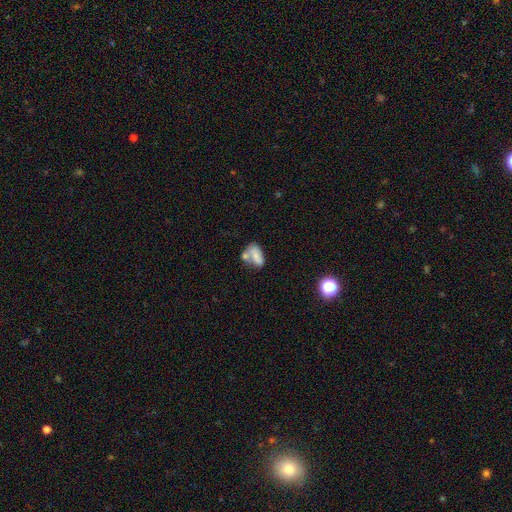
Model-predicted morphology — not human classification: A smooth galaxy with no disk features (61%) that is in between round and cigar-shaped (86%). Merging: merger (46%).